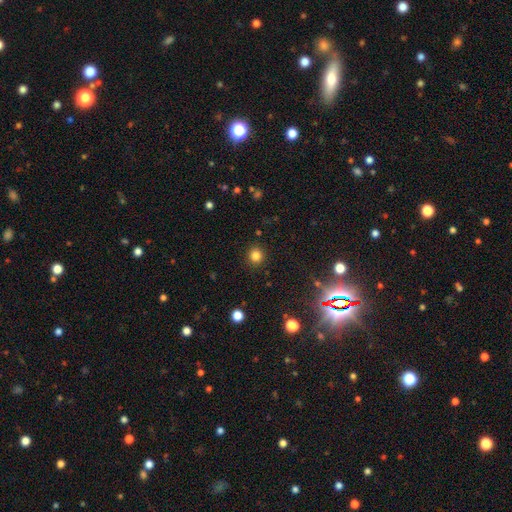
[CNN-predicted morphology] smooth_or_featured: smooth (p=0.82) [alt: star or artifact p=0.14]
how_rounded: round (p=0.91) [alt: in between p=0.08]
merging: none (p=0.90) [alt: minor disturbance p=0.06]